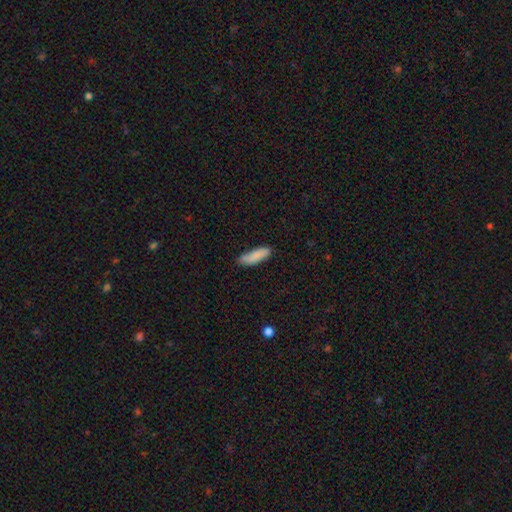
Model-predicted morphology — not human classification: The model was most divided on "how rounded": cigar-shaped: 55%, in between: 43%, round: 2%. More confident: smooth or featured — smooth (85%); merging — none (78%).